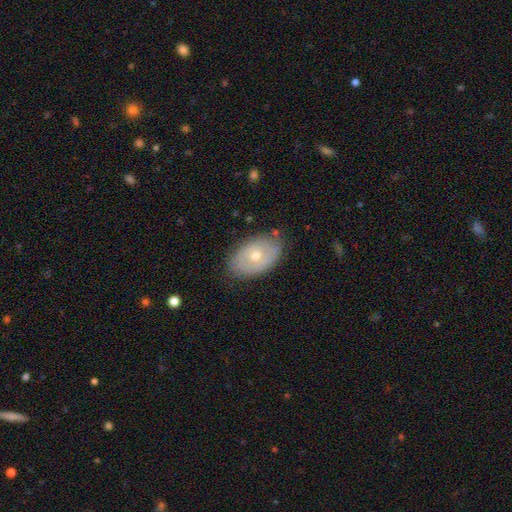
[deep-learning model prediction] Morphology: type=smooth (48%); merging=none (77%).